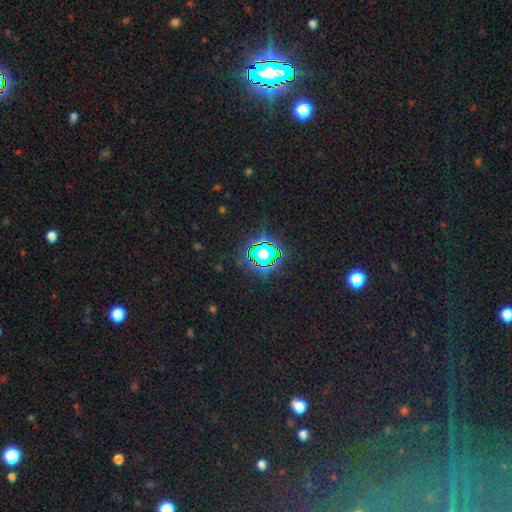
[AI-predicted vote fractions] Smooth or featured?
  - star or artifact: 81% *
  - smooth: 12%
  - featured or disk: 7%